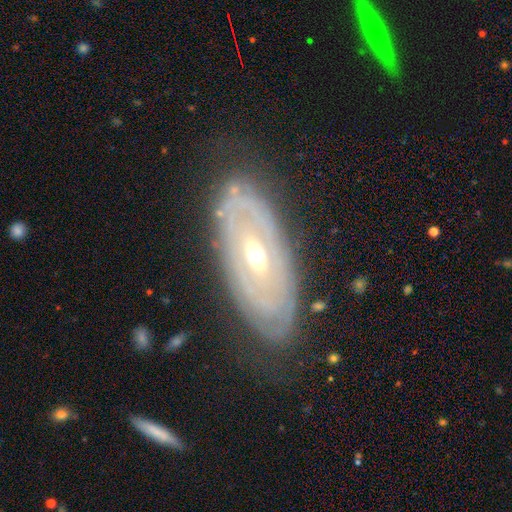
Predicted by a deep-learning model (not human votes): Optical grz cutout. It shows a featured or disk galaxy (81%) with no bar (55%), tight (78%) spiral arms (71%) and a moderate central bulge (63%). Merging: none (80%).